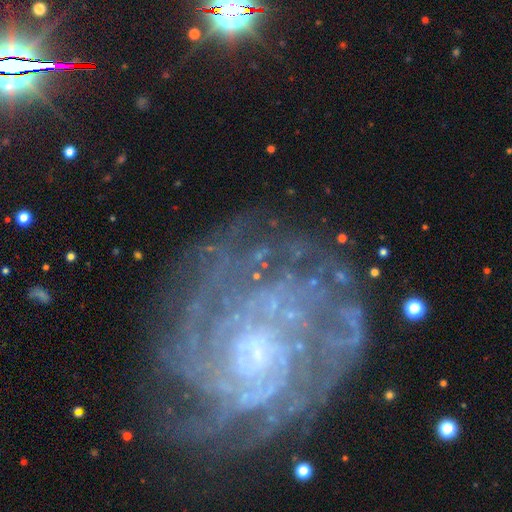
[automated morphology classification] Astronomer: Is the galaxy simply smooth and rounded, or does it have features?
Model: featured or disk — 84%.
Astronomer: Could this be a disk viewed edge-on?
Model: no — 97%.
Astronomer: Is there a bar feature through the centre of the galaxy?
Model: no — 55% (runner-up: weak, 33%).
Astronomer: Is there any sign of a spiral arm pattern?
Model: yes — 92%.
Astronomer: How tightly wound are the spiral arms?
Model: tight — 69%.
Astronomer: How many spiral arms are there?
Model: can't tell — 36% (runner-up: 2, 15%).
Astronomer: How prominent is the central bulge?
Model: small — 57%.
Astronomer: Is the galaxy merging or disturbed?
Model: none — 64%.